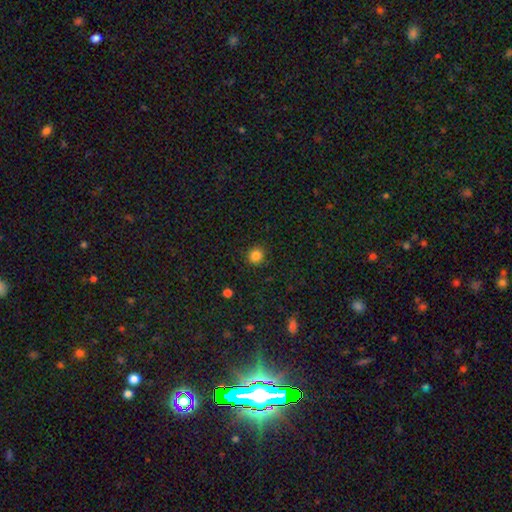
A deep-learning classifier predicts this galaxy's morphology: This appears to be a smooth galaxy with no disk features (84%) that is round (88%). Merging: none (89%).